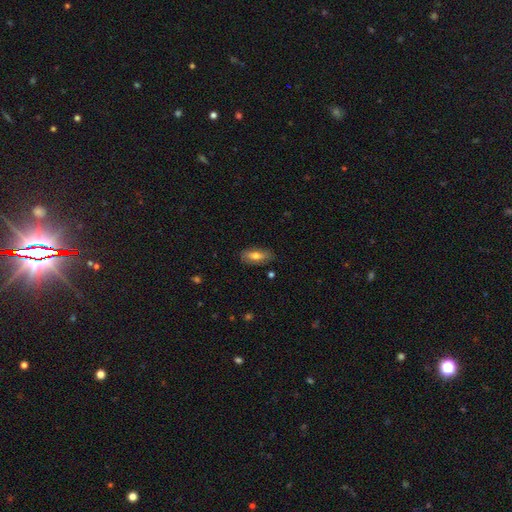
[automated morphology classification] A smooth galaxy with no disk features (65%) that is in between round and cigar-shaped (76%).

Vote fractions:
- Smooth or featured? smooth: 65% / featured or disk: 28% / star or artifact: 7%
- How rounded? in between: 76% / cigar-shaped: 20% / round: 4%
- Merging? none: 81% / minor disturbance: 15% / major disturbance: 3% / merger: 1%